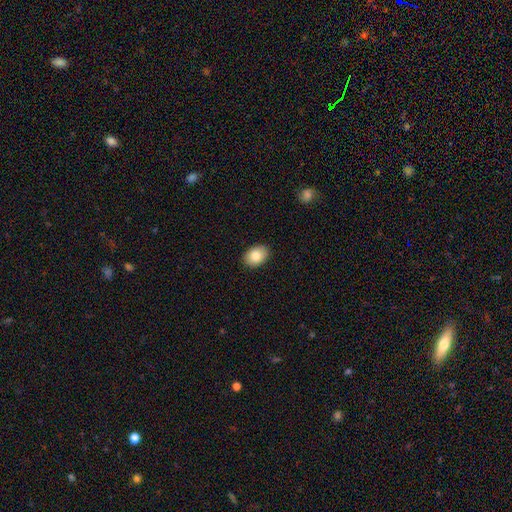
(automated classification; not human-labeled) Q: Smooth or featured?
A: smooth (85%); runner-up: star or artifact (7%)
Q: How rounded?
A: in between (78%); runner-up: round (21%)
Q: Merging?
A: none (89%); runner-up: minor disturbance (8%)